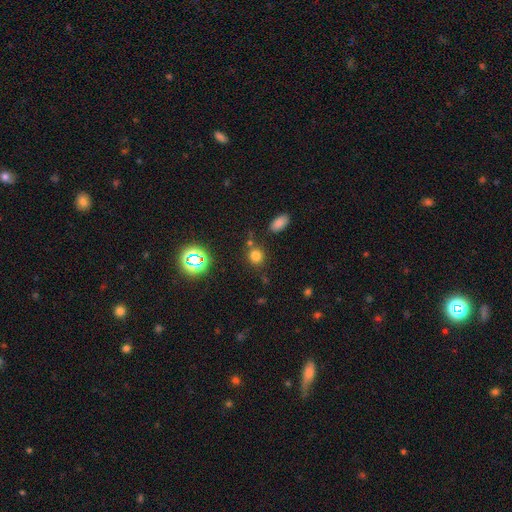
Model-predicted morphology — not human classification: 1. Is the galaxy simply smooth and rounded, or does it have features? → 73% smooth, 21% star or artifact, 6% featured or disk.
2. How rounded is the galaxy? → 80% round, 18% in between, 1% cigar-shaped.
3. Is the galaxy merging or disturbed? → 77% none, 10% minor disturbance, 9% merger, 4% major disturbance.